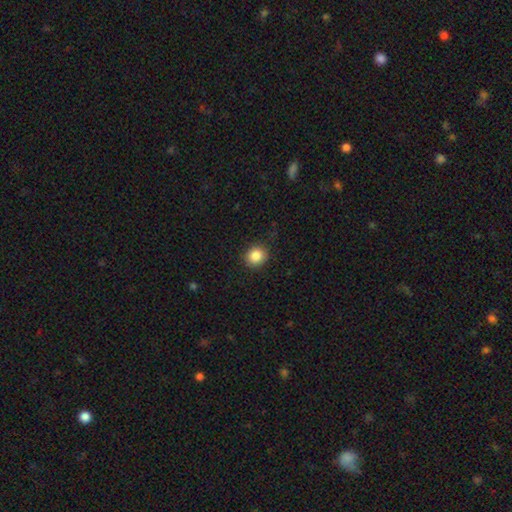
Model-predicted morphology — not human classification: smooth_or_featured: smooth (p=0.86) [alt: star or artifact p=0.10]
how_rounded: round (p=0.83) [alt: in between p=0.16]
merging: none (p=0.88) [alt: minor disturbance p=0.09]